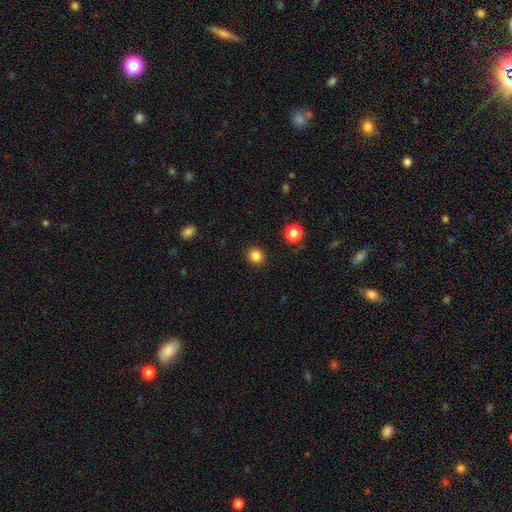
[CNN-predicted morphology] This appears to be a smooth galaxy with no disk features (84%) that is round (87%). Merging: none (91%).